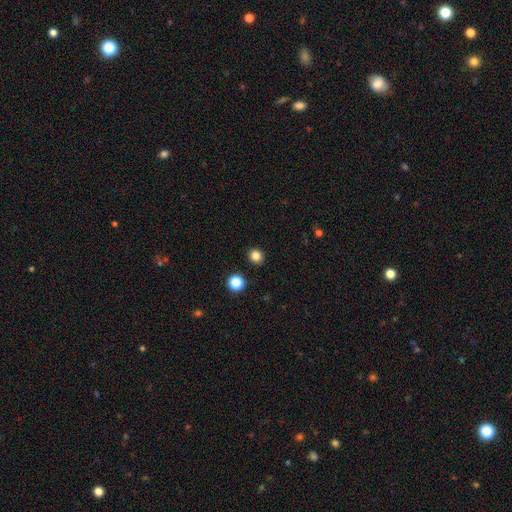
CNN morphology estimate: Smooth or featured? smooth (83%)
How rounded? round (87%)
Merging? none (92%)